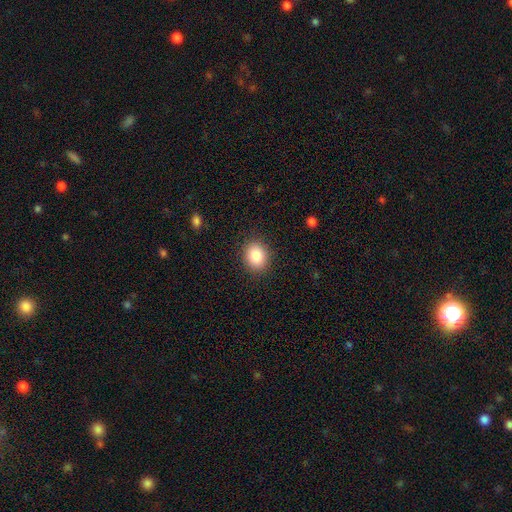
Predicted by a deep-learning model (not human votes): This is clearly a smooth galaxy (85%). How rounded: possibly round (54%). Merging: clearly none (89%).